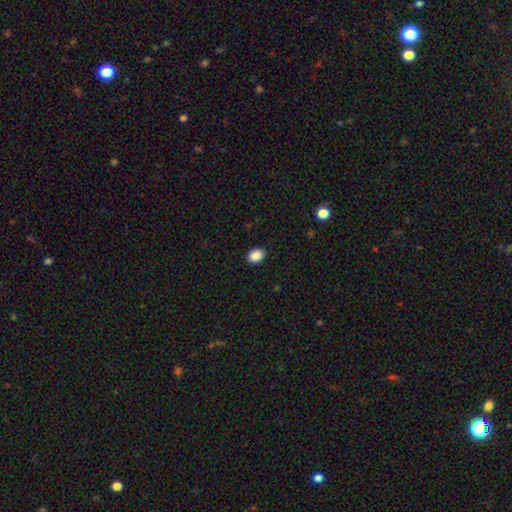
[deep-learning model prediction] Overall: smooth (89%). How rounded: in between (71%). Merging: none (90%).